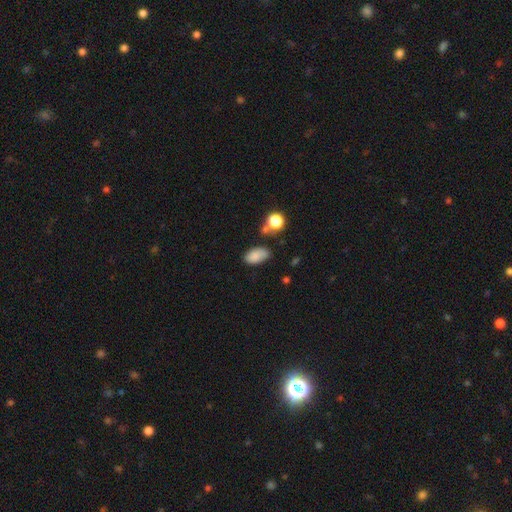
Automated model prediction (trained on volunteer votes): Smooth or featured? smooth (79%)
How rounded? in between (91%)
Merging? none (58%)